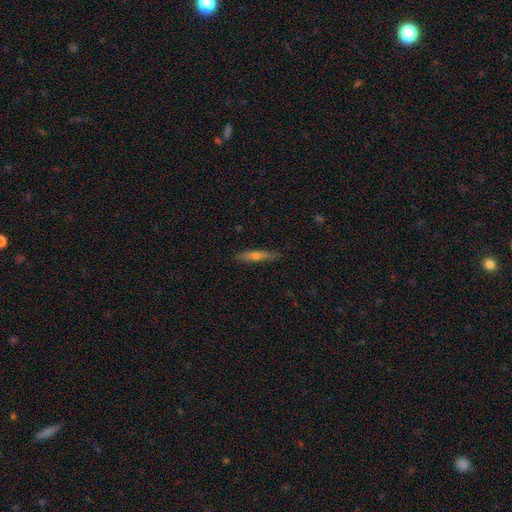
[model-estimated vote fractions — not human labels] A featured or disk galaxy (53%) viewed edge-on (93%). Merging: none (86%).